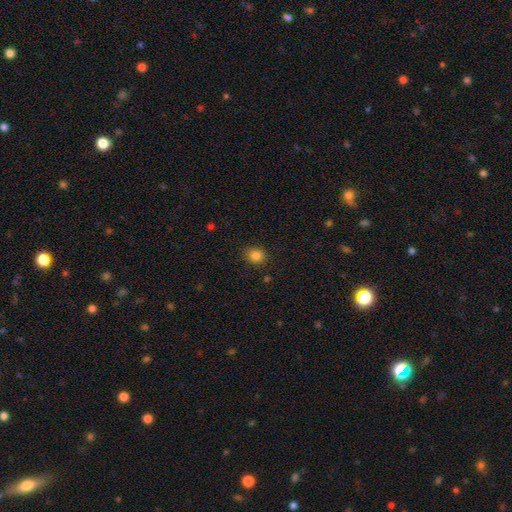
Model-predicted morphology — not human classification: Smooth or featured? Predicted: smooth (p=0.84). How rounded? Predicted: round (p=0.69). Merging? Predicted: none (p=0.86).